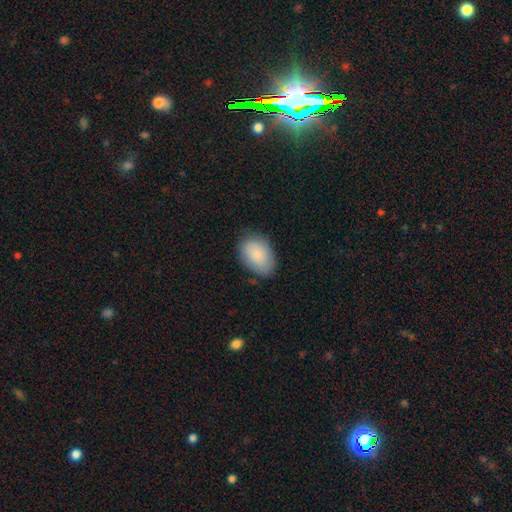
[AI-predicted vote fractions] The model was most divided on "merging": none: 77%, minor disturbance: 18%, major disturbance: 4%, merger: 1%. More confident: how rounded — in between (86%); smooth or featured — smooth (84%).